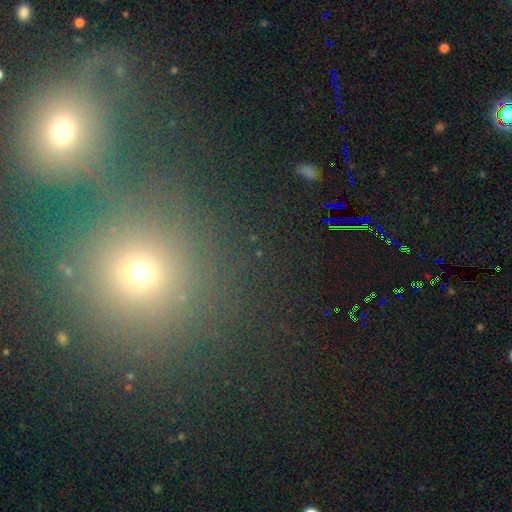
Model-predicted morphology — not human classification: Smooth or featured? Predicted: star or artifact (p=0.54).